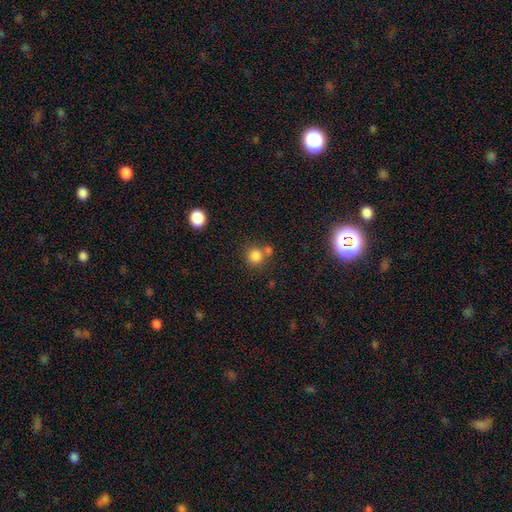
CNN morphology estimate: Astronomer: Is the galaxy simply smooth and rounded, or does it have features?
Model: smooth — 82%.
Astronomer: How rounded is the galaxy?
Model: round — 88%.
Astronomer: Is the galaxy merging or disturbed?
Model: none — 62%.